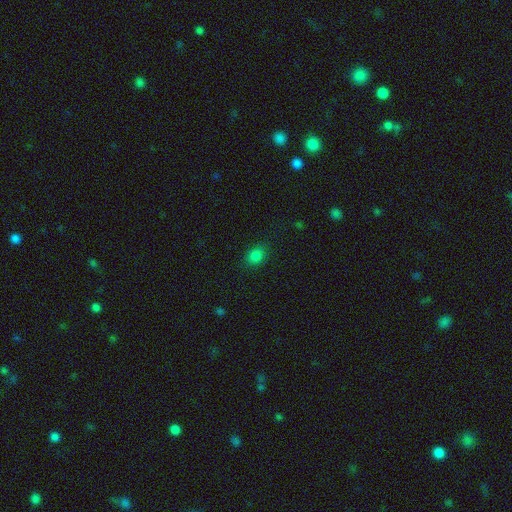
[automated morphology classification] A smooth galaxy with no disk features (82%) that is in between round and cigar-shaped (53%). Merging: none (84%).